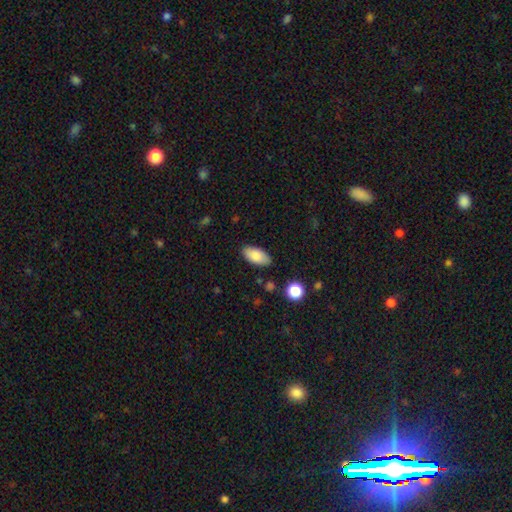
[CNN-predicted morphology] smooth 84%, featured or disk 9%, star or artifact 7%. Down the decision tree: how rounded — in between (92%); merging — none (85%).